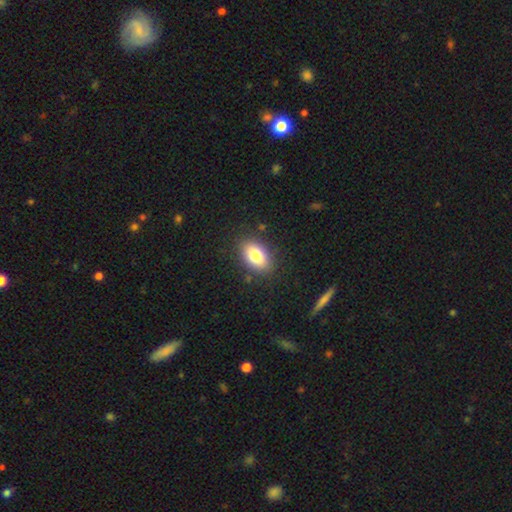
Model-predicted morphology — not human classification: This appears to be a smooth galaxy with no disk features (80%) that is in between round and cigar-shaped (89%). Merging: none (86%).